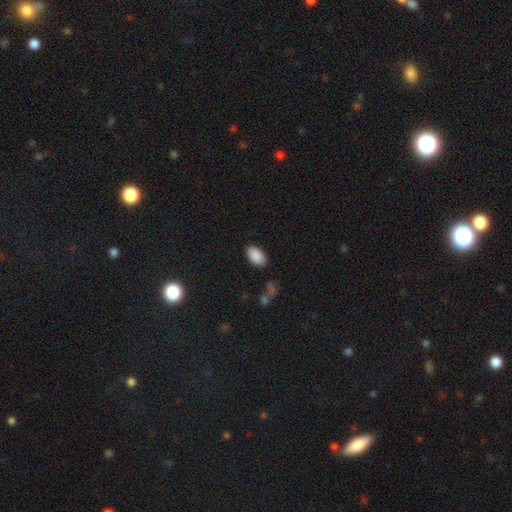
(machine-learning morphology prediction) A smooth galaxy with no disk features (89%) that is in between round and cigar-shaped (94%). Merging: none (86%).